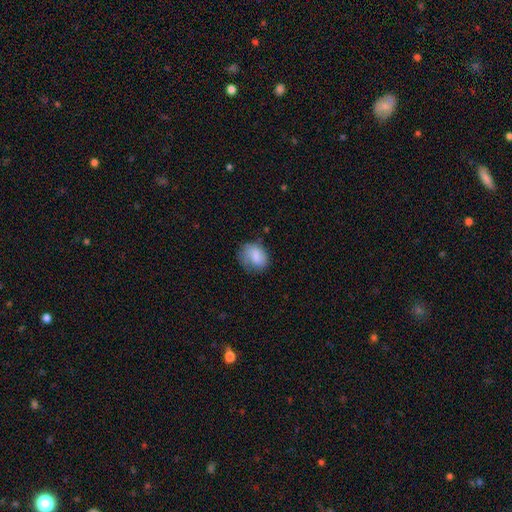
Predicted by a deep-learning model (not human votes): Q: Smooth or featured?
A: smooth (76%); runner-up: featured or disk (16%)
Q: How rounded?
A: in between (51%); runner-up: round (48%)
Q: Merging?
A: none (58%); runner-up: minor disturbance (28%)